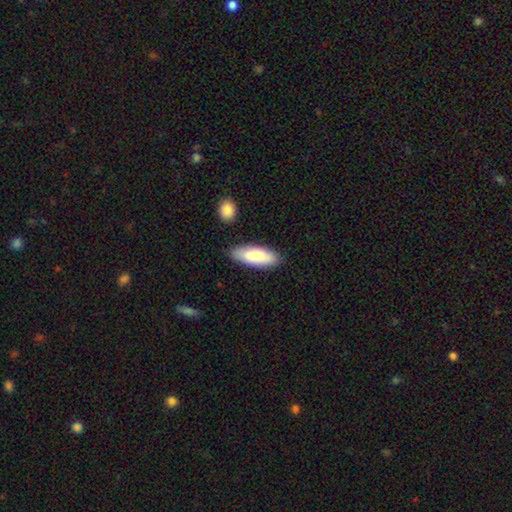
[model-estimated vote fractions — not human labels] Smooth or featured? smooth (83%)
How rounded? in between (67%)
Merging? none (84%)